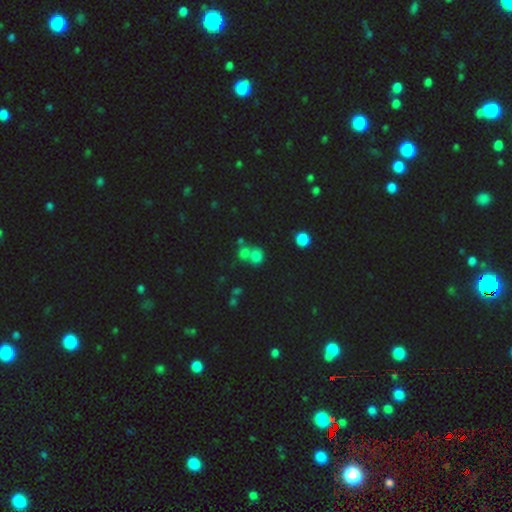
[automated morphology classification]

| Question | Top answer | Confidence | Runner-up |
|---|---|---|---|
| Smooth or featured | smooth | 68% | star or artifact (22%) |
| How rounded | round | 70% | in between (29%) |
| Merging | merger | 51% | none (37%) |